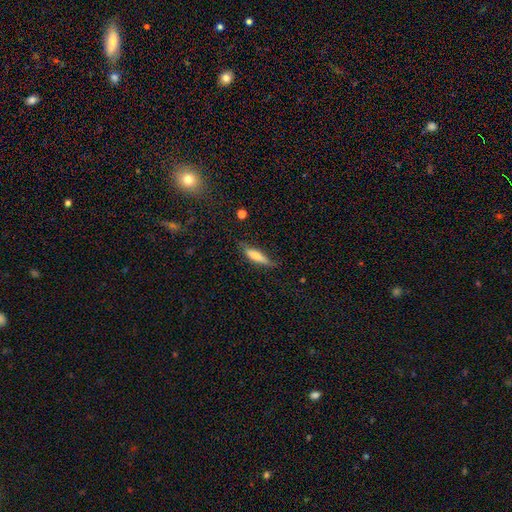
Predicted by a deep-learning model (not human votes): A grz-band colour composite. It shows a smooth galaxy with no disk features (71%) that is cigar-shaped (68%). Merging: none (66%).